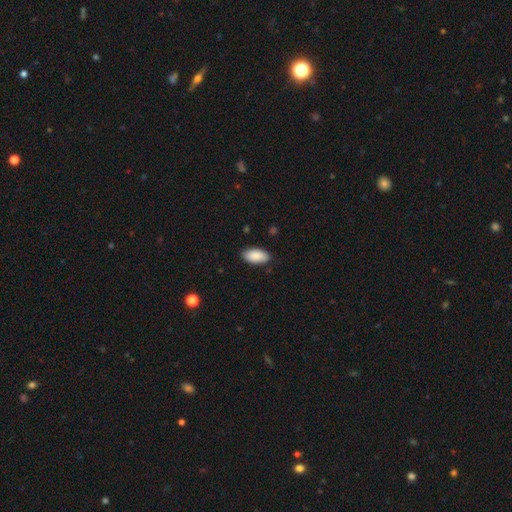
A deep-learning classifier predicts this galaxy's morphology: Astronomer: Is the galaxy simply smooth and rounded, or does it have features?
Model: smooth — 89%.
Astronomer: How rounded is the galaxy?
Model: in between — 94%.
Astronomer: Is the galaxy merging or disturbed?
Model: none — 85%.